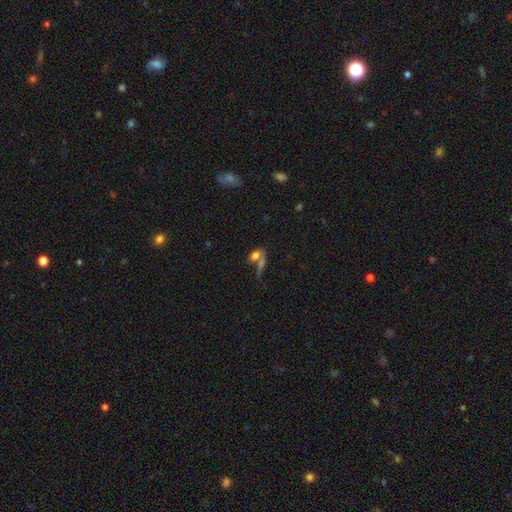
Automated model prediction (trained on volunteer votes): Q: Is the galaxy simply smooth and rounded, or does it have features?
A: smooth — 68%.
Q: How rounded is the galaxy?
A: in between — 73%.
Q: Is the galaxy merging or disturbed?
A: merger — 45%.